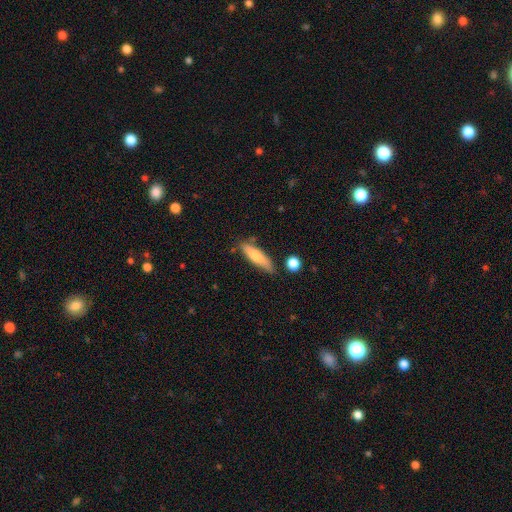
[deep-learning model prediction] smooth-or-featured: smooth: 70% | featured or disk: 23% | star or artifact: 6%
  how-rounded: cigar-shaped: 69% | in between: 29% | round: 2%
  merging: none: 76% | minor disturbance: 16% | merger: 5% | major disturbance: 3%